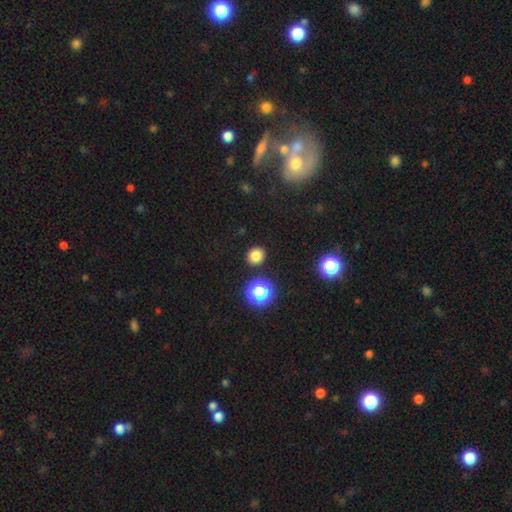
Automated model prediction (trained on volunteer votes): Smooth or featured? smooth (79%)
How rounded? round (83%)
Merging? none (89%)